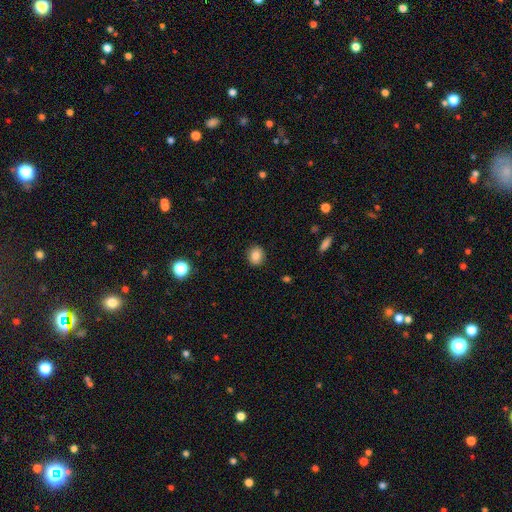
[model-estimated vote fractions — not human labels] A smooth galaxy with no disk features (84%) that is round (71%).

Vote fractions:
- Smooth or featured? smooth: 84% / star or artifact: 10% / featured or disk: 6%
- How rounded? round: 71% / in between: 28% / cigar-shaped: 1%
- Merging? none: 89% / minor disturbance: 8% / major disturbance: 2% / merger: 1%